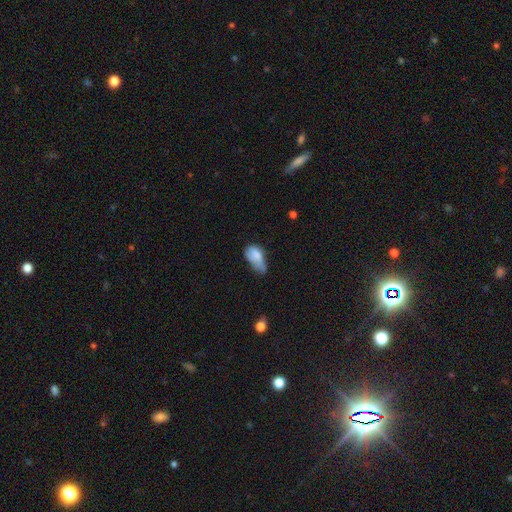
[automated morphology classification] Smooth or featured: smooth — 73% (featured or disk — 18%)
How rounded: in between — 89% (cigar-shaped — 6%)
Merging: minor disturbance — 45% (major disturbance — 30%)